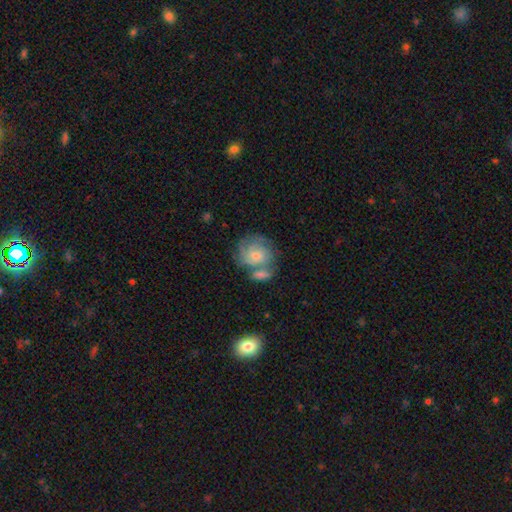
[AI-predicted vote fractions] Overall: featured or disk (55%; smooth 38%). Edge-on disk: no (97%). Bar: no (72%). Spiral arms: yes (81%). Bulge size: small (55%; moderate 31%). Merging: none (42%; merger 32%).